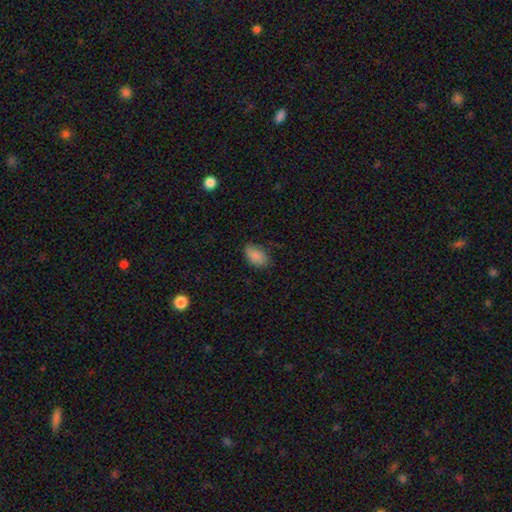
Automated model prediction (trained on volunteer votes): A smooth galaxy with no disk features (86%) that is in between round and cigar-shaped (91%).

Vote fractions:
- Smooth or featured? smooth: 86% / star or artifact: 7% / featured or disk: 6%
- How rounded? in between: 91% / round: 7% / cigar-shaped: 2%
- Merging? none: 75% / minor disturbance: 20% / major disturbance: 4% / merger: 1%